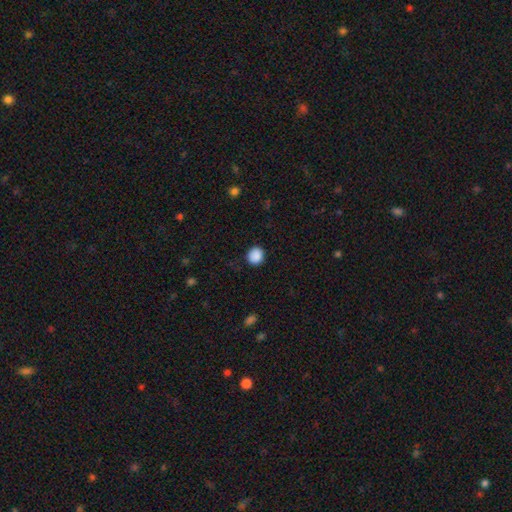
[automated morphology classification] Q: Smooth or featured?
A: smooth (89%); runner-up: star or artifact (8%)
Q: How rounded?
A: round (82%); runner-up: in between (17%)
Q: Merging?
A: none (90%); runner-up: minor disturbance (7%)